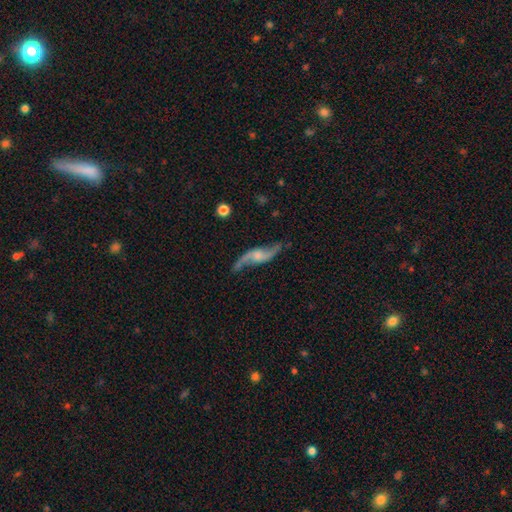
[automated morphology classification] This appears to be a featured or disk galaxy (86%) with no bar (53%), 2 (93%) loose (88%) spiral arms (96%) and a small central bulge (36%). Merging: none (75%).